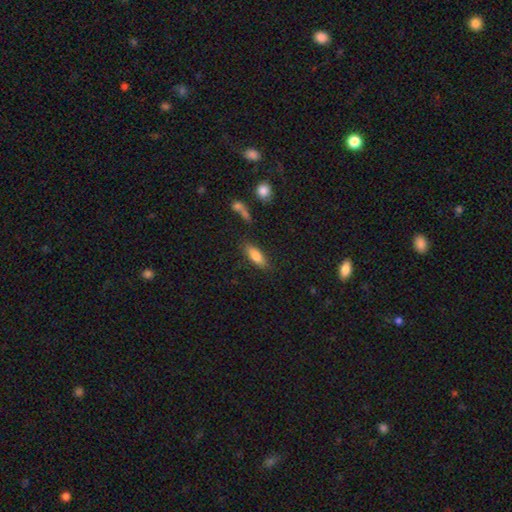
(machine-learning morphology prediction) This is likely a smooth galaxy (79%). How rounded: likely in between (65%). Merging: likely none (79%).